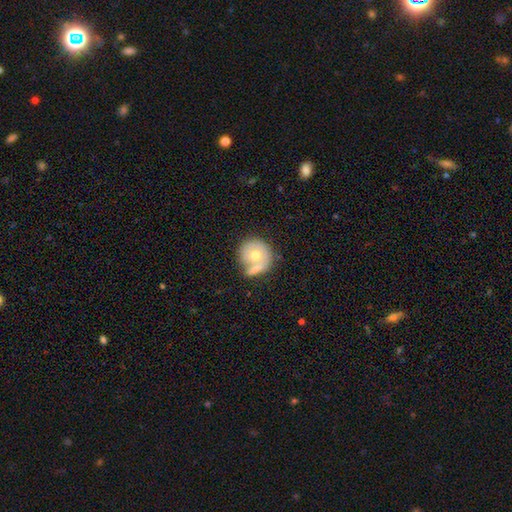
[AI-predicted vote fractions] smooth-or-featured: smooth: 64% | featured or disk: 30% | star or artifact: 6%
  how-rounded: round: 90% | in between: 9% | cigar-shaped: 1%
  merging: none: 45% | merger: 34% | minor disturbance: 15% | major disturbance: 6%